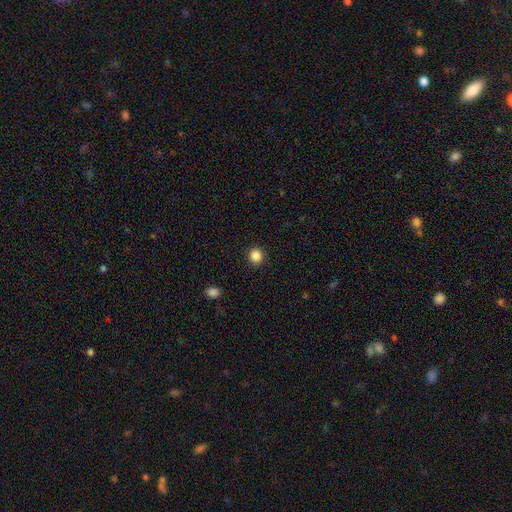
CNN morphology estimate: This is clearly a smooth galaxy (86%). How rounded: clearly round (87%). Merging: clearly none (92%).